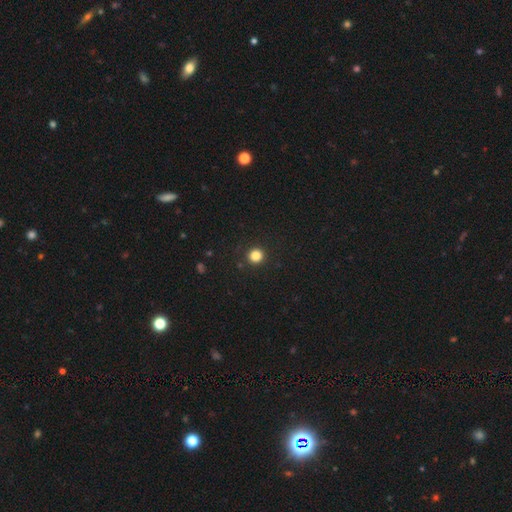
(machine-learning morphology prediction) Smooth or featured? Predicted: smooth (p=0.84). How rounded? Predicted: round (p=0.93). Merging? Predicted: none (p=0.92).